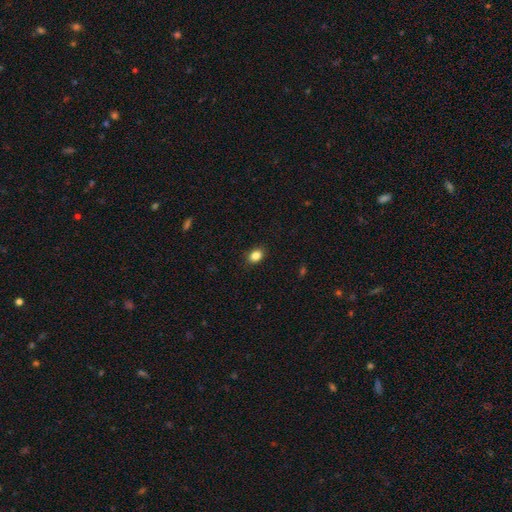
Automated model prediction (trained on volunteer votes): smooth 86%, star or artifact 10%, featured or disk 5%. Down the decision tree: how rounded — in between (71%); merging — none (88%).